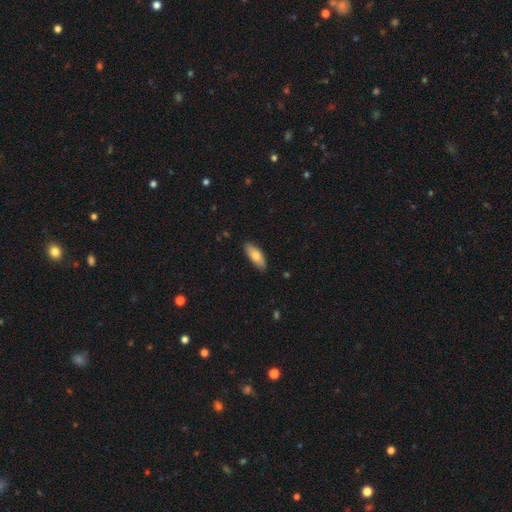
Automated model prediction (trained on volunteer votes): The model was most divided on "how rounded": in between: 72%, cigar-shaped: 26%, round: 2%. More confident: merging — none (85%); smooth or featured — smooth (78%).